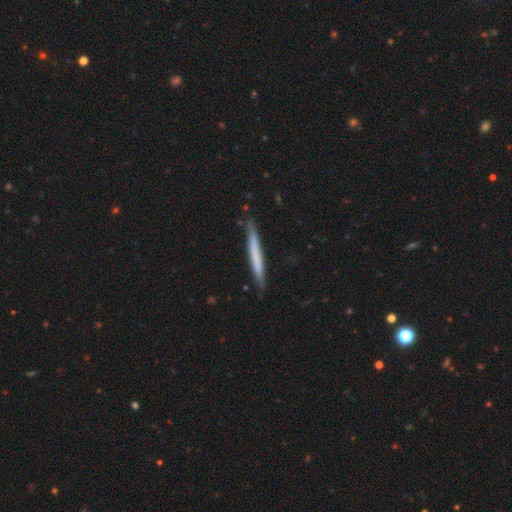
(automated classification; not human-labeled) Smooth or featured: smooth — 60% (featured or disk — 35%)
How rounded: cigar-shaped — 97% (in between — 2%)
Merging: none — 86% (minor disturbance — 11%)